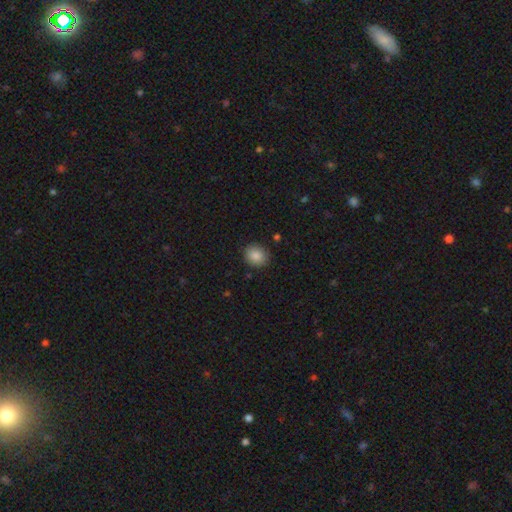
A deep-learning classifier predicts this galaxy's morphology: Smooth or featured? smooth (87%)
How rounded? round (70%)
Merging? none (88%)